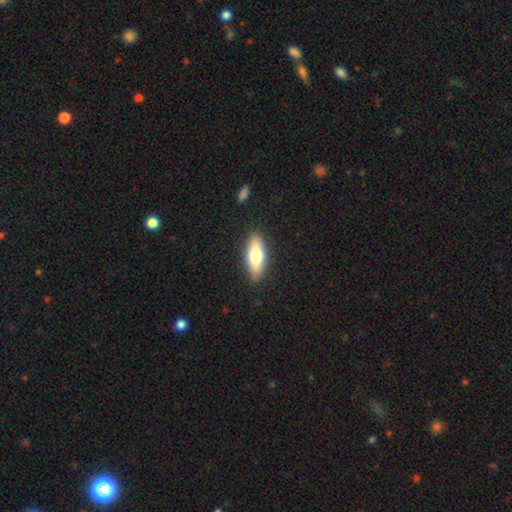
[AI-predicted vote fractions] Q: Smooth or featured?
A: smooth (70%); runner-up: featured or disk (24%)
Q: How rounded?
A: in between (71%); runner-up: cigar-shaped (26%)
Q: Merging?
A: none (87%); runner-up: minor disturbance (10%)